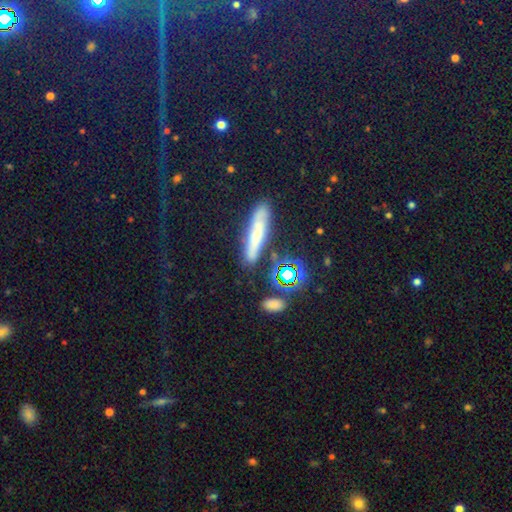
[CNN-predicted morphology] smooth 53%, featured or disk 26%, star or artifact 20%. Down the decision tree: how rounded — cigar-shaped (80%); merging — none (78%).